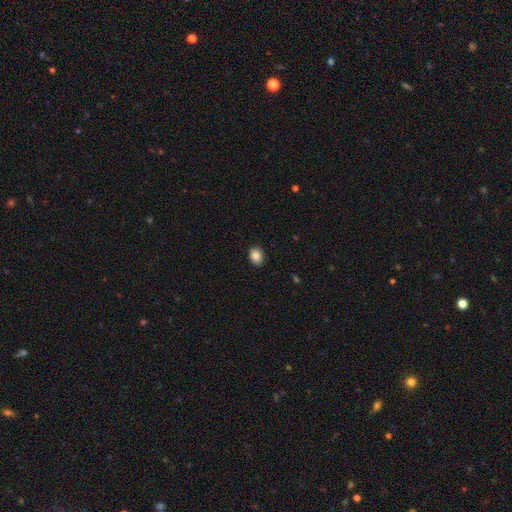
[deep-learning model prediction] Smooth or featured? smooth (86%)
How rounded? in between (59%)
Merging? none (89%)